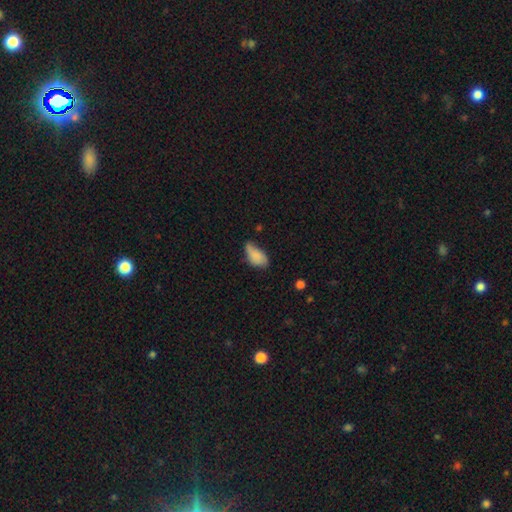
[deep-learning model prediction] smooth-or-featured: smooth: 78% | featured or disk: 14% | star or artifact: 8%
  how-rounded: in between: 92% | cigar-shaped: 5% | round: 3%
  merging: minor disturbance: 43% | none: 36% | major disturbance: 16% | merger: 4%